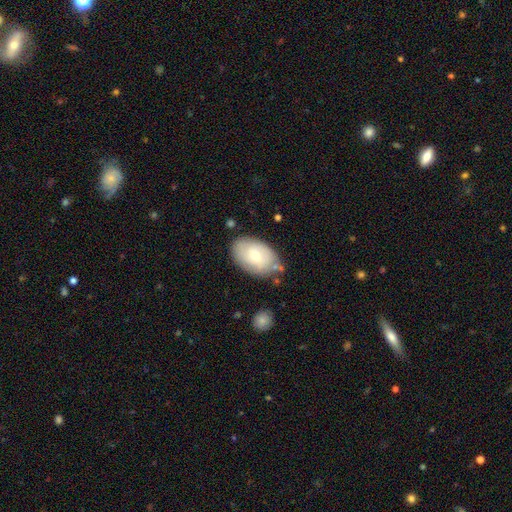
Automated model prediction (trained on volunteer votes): A smooth galaxy with no disk features (63%) that is in between round and cigar-shaped (90%).

Vote fractions:
- Smooth or featured? smooth: 63% / featured or disk: 31% / star or artifact: 6%
- How rounded? in between: 90% / round: 8% / cigar-shaped: 1%
- Merging? none: 73% / minor disturbance: 18% / merger: 5% / major disturbance: 4%